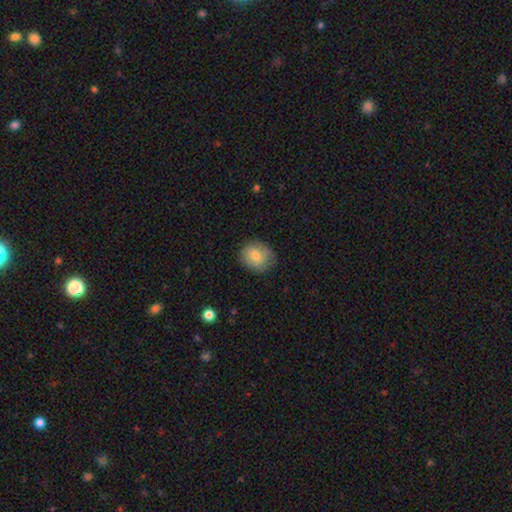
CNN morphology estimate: Overall: smooth (71%). How rounded: round (70%). Merging: none (76%).